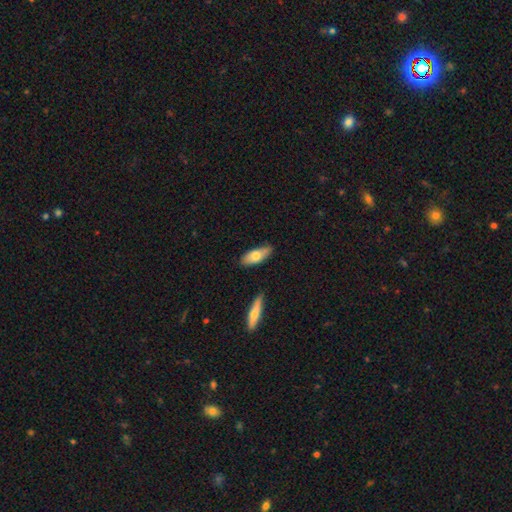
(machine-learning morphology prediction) smooth-or-featured: smooth: 70% | featured or disk: 24% | star or artifact: 6%
  how-rounded: in between: 75% | cigar-shaped: 23% | round: 2%
  merging: none: 79% | minor disturbance: 16% | merger: 3% | major disturbance: 2%